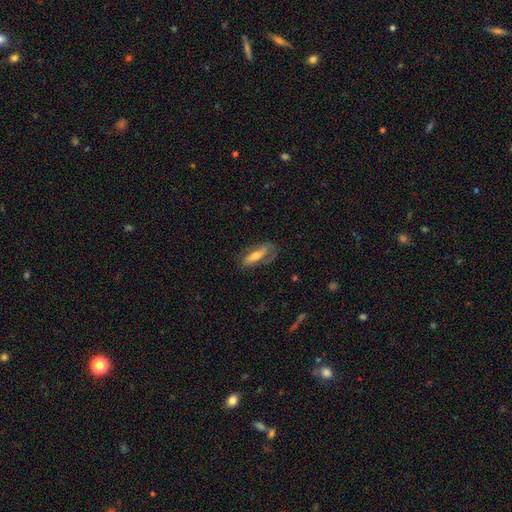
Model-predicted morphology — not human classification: Overall: featured or disk (49%; smooth 44%). Merging: none (58%; minor disturbance 24%).